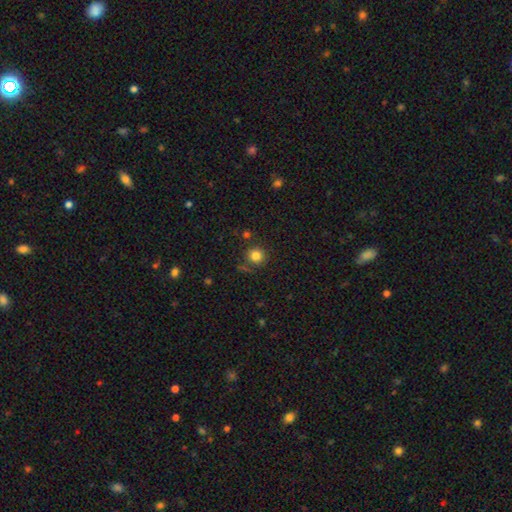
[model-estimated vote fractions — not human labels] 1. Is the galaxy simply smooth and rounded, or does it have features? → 82% smooth, 12% star or artifact, 6% featured or disk.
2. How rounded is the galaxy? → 91% round, 8% in between, 1% cigar-shaped.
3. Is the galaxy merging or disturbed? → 81% none, 10% minor disturbance, 6% merger, 4% major disturbance.